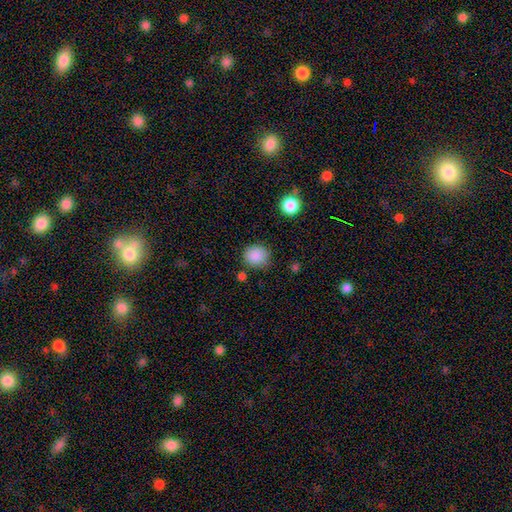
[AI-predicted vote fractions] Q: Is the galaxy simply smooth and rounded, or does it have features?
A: smooth — 87%.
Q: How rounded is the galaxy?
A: round — 82%.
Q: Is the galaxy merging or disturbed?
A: none — 79%.